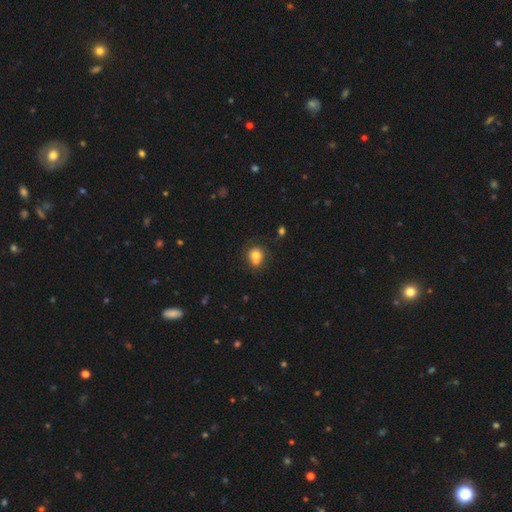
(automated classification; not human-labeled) smooth-or-featured: smooth: 74% | featured or disk: 15% | star or artifact: 11%
  how-rounded: round: 75% | in between: 24% | cigar-shaped: 1%
  merging: none: 45% | merger: 33% | minor disturbance: 16% | major disturbance: 6%